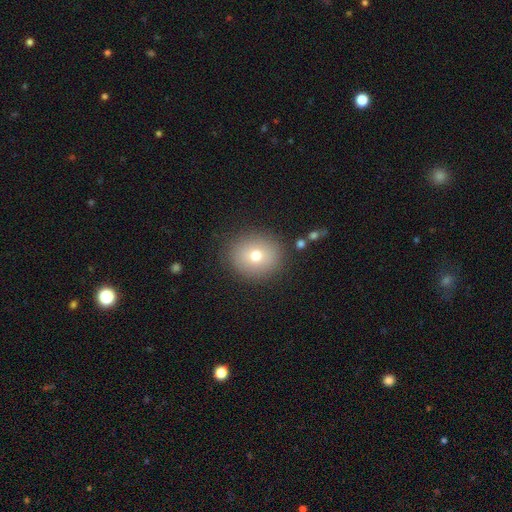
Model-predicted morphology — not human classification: Smooth or featured?
  - smooth: 73% *
  - featured or disk: 15%
  - star or artifact: 12%
How rounded?
  - round: 80% *
  - in between: 19%
  - cigar-shaped: 1%
Merging?
  - none: 88% *
  - minor disturbance: 8%
  - major disturbance: 3%
  - merger: 2%